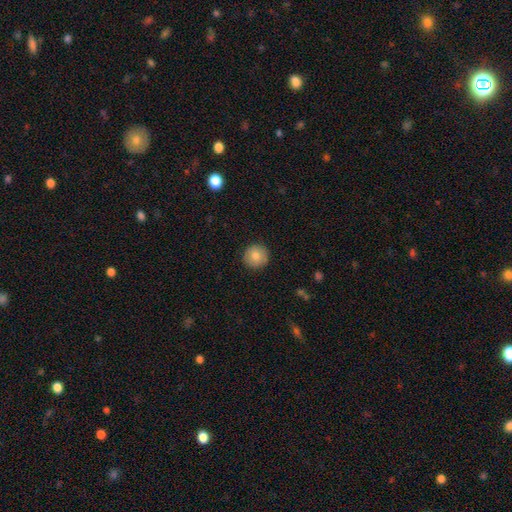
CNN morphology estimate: smooth 80%, featured or disk 12%, star or artifact 8%. Down the decision tree: how rounded — round (95%); merging — none (90%).